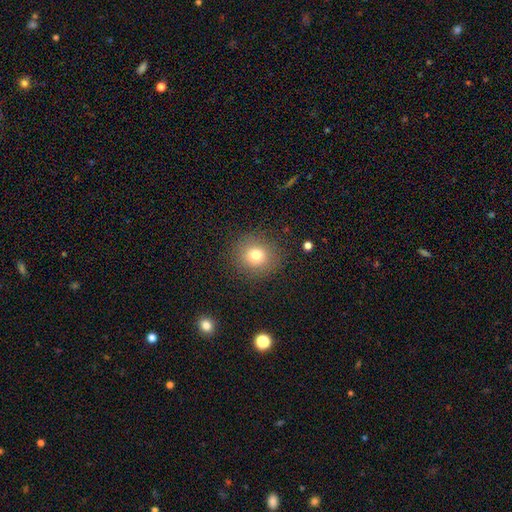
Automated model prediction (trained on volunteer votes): Morphology: type=smooth (76%); roundness=round (87%); merging=none (88%).